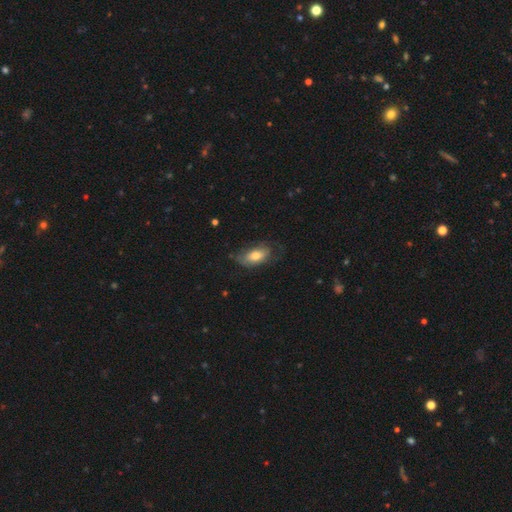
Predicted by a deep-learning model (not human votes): Smooth or featured? Predicted: smooth (p=0.65). How rounded? Predicted: in between (p=0.89). Merging? Predicted: none (p=0.55).